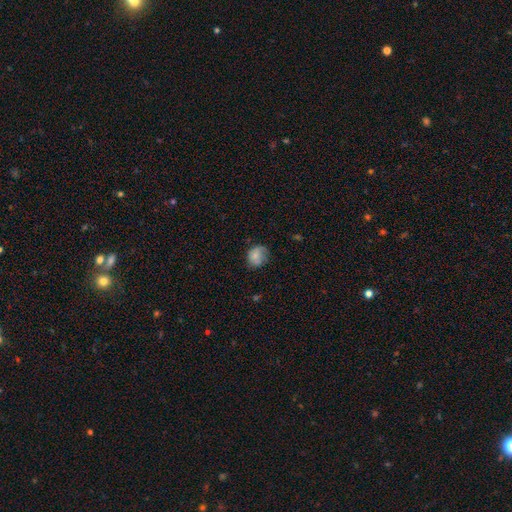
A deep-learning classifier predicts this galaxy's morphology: smooth 77%, featured or disk 14%, star or artifact 9%. Down the decision tree: how rounded — round (65%); merging — none (60%).